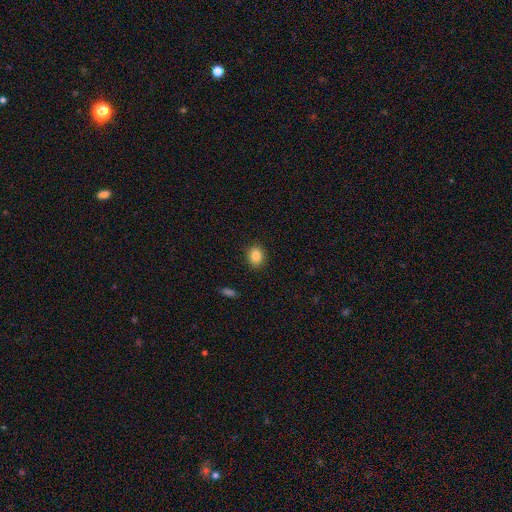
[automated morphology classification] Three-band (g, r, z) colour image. It shows a smooth galaxy with no disk features (85%) that is round (55%). Merging: none (90%).